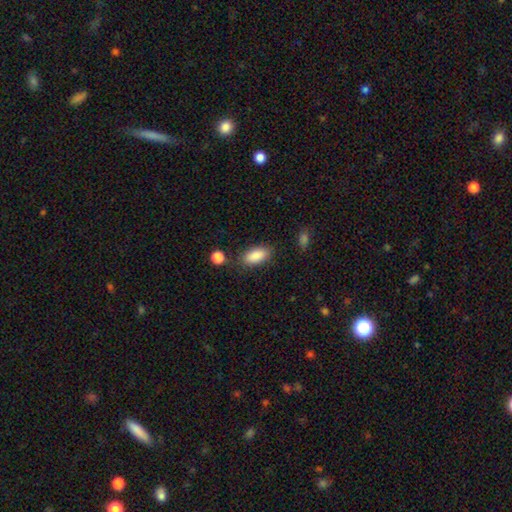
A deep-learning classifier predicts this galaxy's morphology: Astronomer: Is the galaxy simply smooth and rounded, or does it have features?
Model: smooth — 88%.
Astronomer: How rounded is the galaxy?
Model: in between — 89%.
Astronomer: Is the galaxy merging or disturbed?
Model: none — 81%.